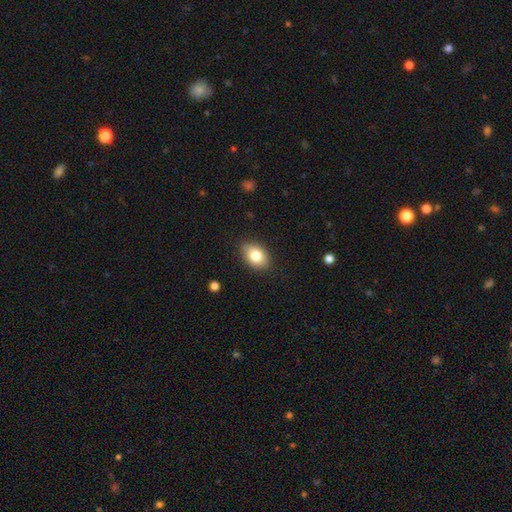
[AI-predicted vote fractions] This is clearly a smooth galaxy (81%). How rounded: clearly in between (84%). Merging: clearly none (85%).